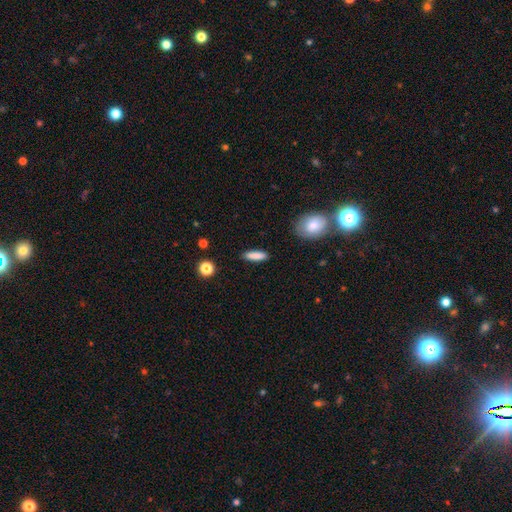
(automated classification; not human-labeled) Smooth or featured?
  - smooth: 86% *
  - featured or disk: 8%
  - star or artifact: 6%
How rounded?
  - cigar-shaped: 63% *
  - in between: 35%
  - round: 2%
Merging?
  - none: 88% *
  - minor disturbance: 8%
  - major disturbance: 2%
  - merger: 2%